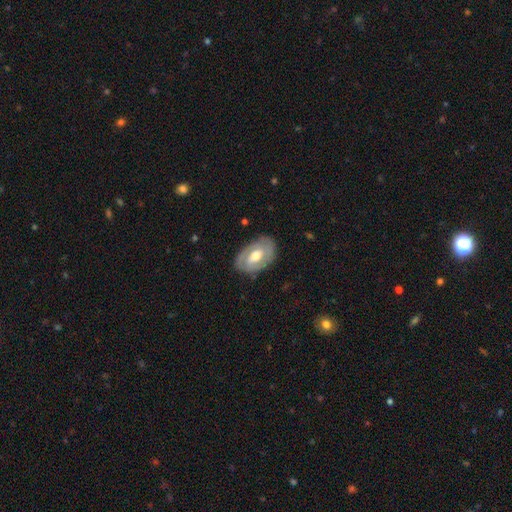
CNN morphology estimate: The model was most divided on "bar": weak: 44%, no: 37%, strong: 19%. More confident: edge-on disk — no (94%); merging — none (80%); bulge size — moderate (71%); spiral arms — yes (69%); smooth or featured — featured or disk (67%).